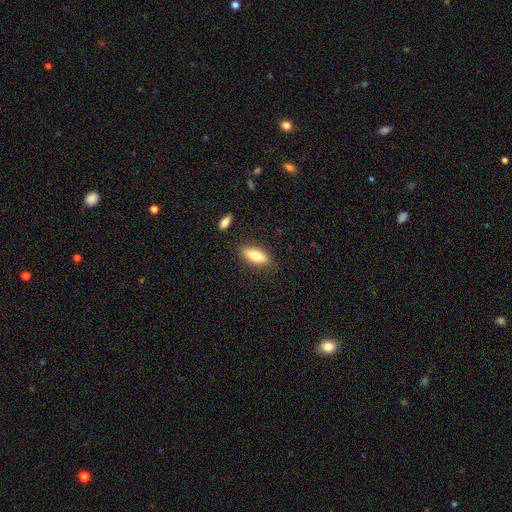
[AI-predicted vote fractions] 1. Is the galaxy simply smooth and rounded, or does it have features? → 70% smooth, 24% featured or disk, 7% star or artifact.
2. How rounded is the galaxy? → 64% in between, 33% cigar-shaped, 3% round.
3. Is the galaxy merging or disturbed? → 84% none, 10% minor disturbance, 3% merger, 3% major disturbance.